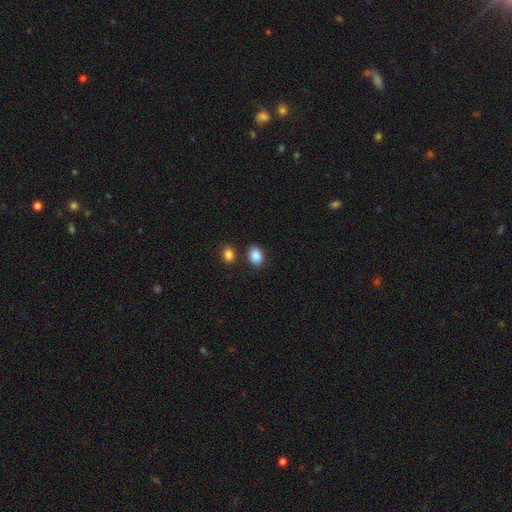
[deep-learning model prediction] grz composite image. It shows a smooth galaxy with no disk features (87%) that is in between round and cigar-shaped (60%). Merging: none (79%).